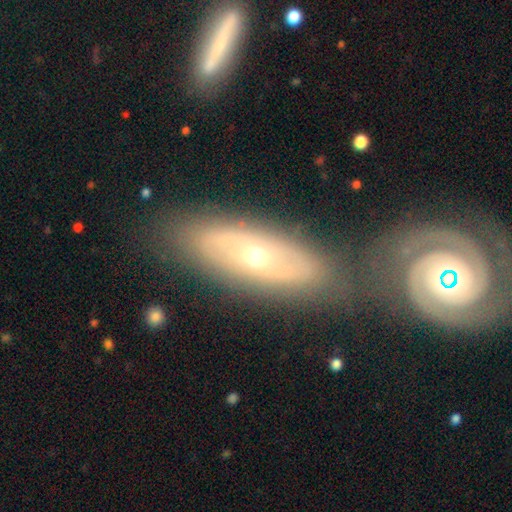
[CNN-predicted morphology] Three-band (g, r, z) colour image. It shows a featured or disk galaxy (69%) with no bar (78%), spiral arms (74%) and a small central bulge (57%). Merging: none (63%).